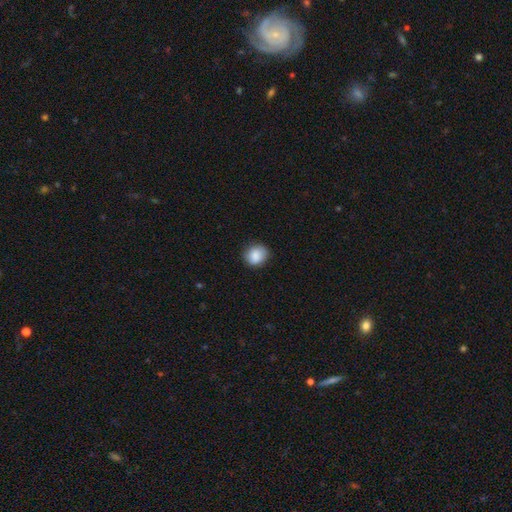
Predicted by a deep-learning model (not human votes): This appears to be a smooth galaxy with no disk features (88%) that is round (74%). Merging: none (82%).